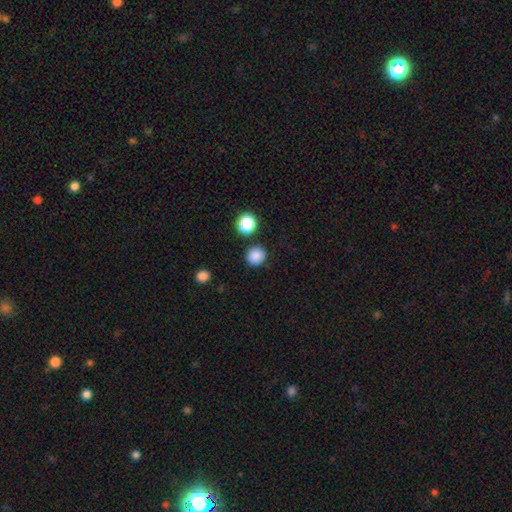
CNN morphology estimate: smooth 85%, star or artifact 11%, featured or disk 3%. Down the decision tree: how rounded — round (92%); merging — none (87%).